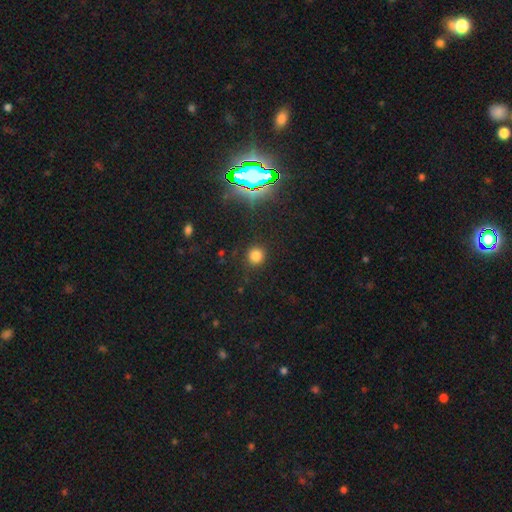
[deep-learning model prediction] smooth 76%, star or artifact 19%, featured or disk 6%. Down the decision tree: how rounded — round (92%); merging — none (88%).